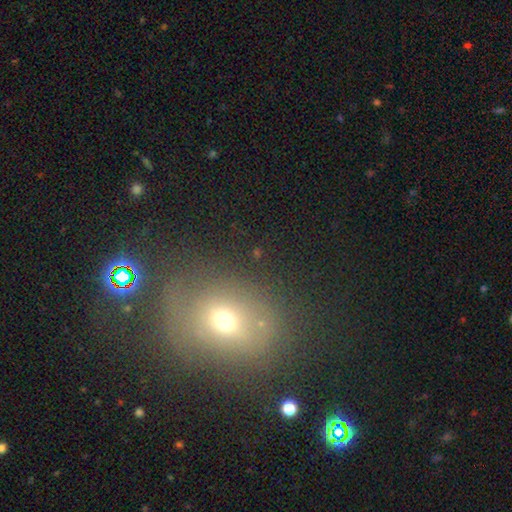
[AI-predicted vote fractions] This appears to be a smooth galaxy with no disk features (54%) that is round (53%). Merging: none (67%).